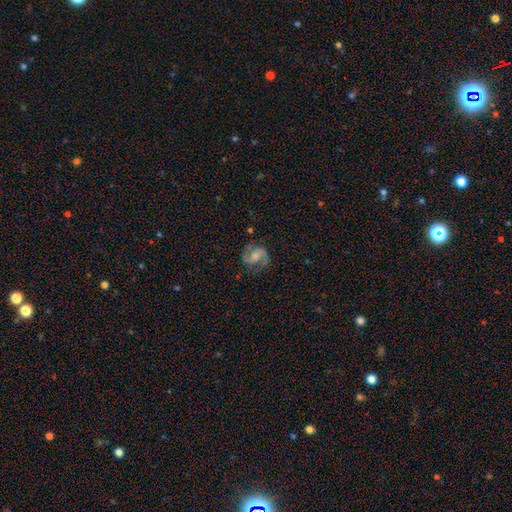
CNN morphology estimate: type=featured or disk (77%); edge-on=no (98%); bar=no (46%); spiral arms=yes (95%); winding=medium (53%); arm count=2 (87%); bulge=moderate (42%); merging=none (72%).